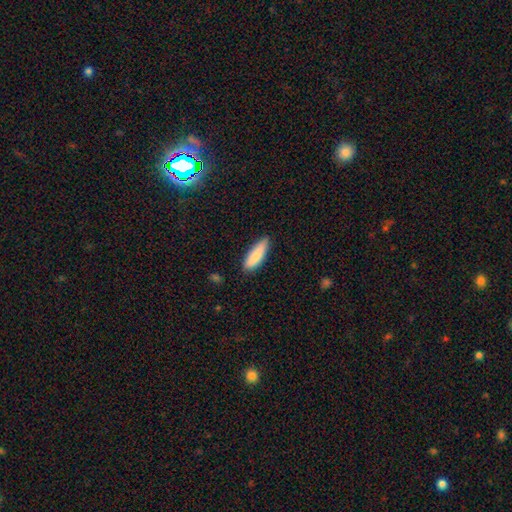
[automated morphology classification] This is clearly a smooth galaxy (85%). How rounded: possibly cigar-shaped (49%, tied with in between). Merging: likely none (79%).